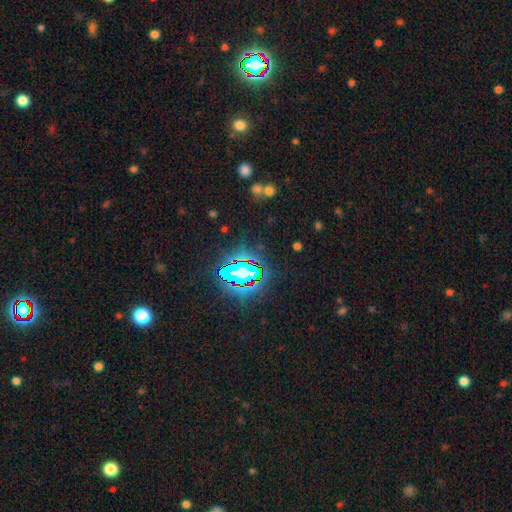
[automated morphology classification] Q: Smooth or featured?
A: star or artifact (83%); runner-up: smooth (10%)